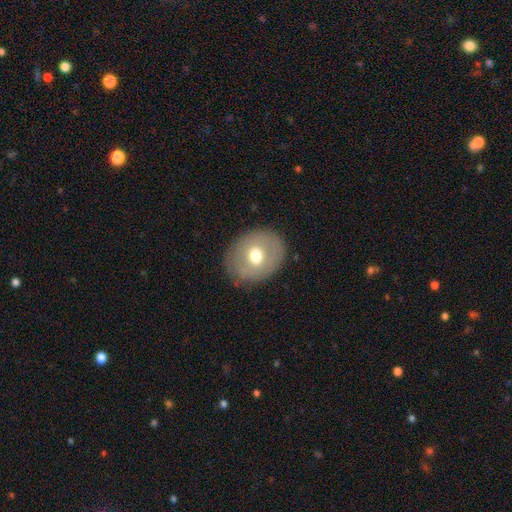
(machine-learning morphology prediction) This appears to be a smooth galaxy with no disk features (58%) that is round (55%). Merging: none (84%).